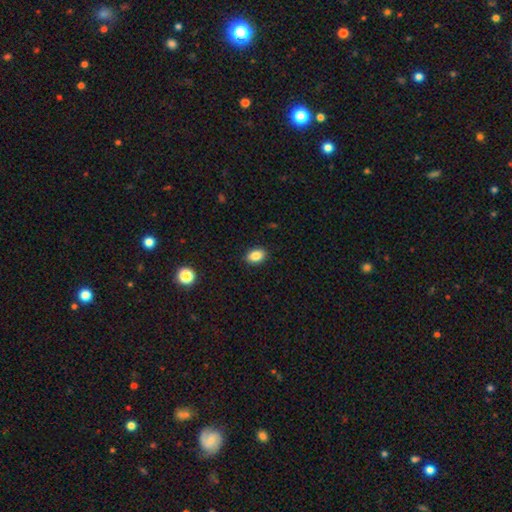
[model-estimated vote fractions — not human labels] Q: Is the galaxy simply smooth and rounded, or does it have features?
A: smooth — 86%.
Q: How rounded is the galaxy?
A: in between — 81%.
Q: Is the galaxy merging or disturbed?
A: none — 89%.